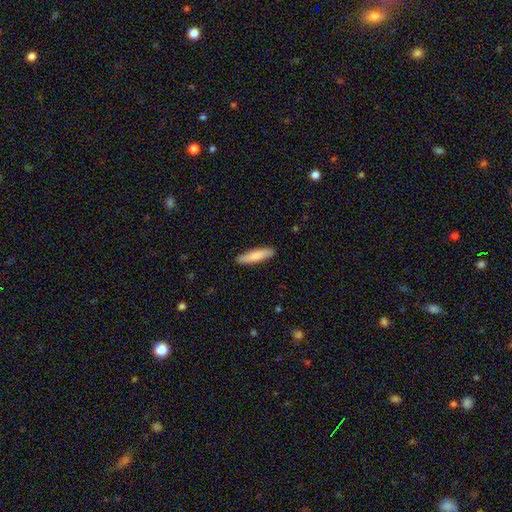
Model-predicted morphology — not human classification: smooth-or-featured: smooth: 81% | featured or disk: 14% | star or artifact: 5%
  how-rounded: cigar-shaped: 78% | in between: 21% | round: 1%
  merging: none: 90% | minor disturbance: 7% | major disturbance: 2% | merger: 1%